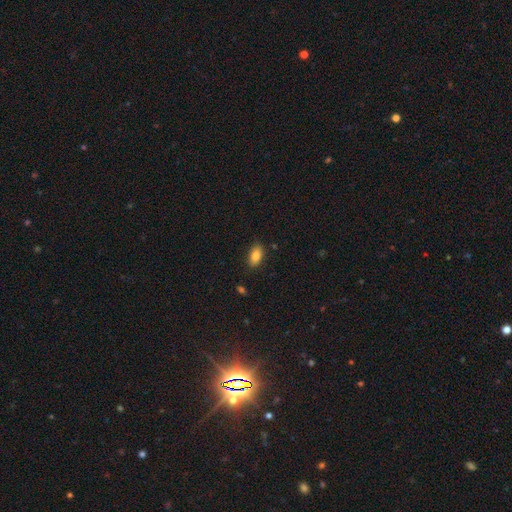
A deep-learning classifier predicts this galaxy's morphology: A smooth galaxy with no disk features (85%) that is in between round and cigar-shaped (91%).

Vote fractions:
- Smooth or featured? smooth: 85% / star or artifact: 8% / featured or disk: 7%
- How rounded? in between: 91% / round: 5% / cigar-shaped: 4%
- Merging? none: 85% / minor disturbance: 11% / major disturbance: 2% / merger: 1%